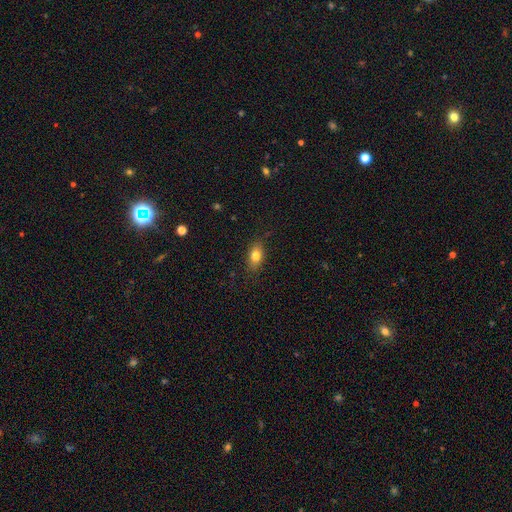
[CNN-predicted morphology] type=smooth (78%); roundness=in between (81%); merging=none (83%).